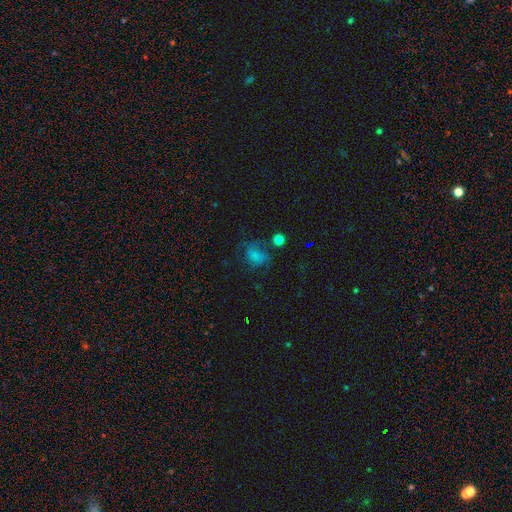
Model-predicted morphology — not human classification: Overall: smooth (48%; featured or disk 37%). Merging: none (43%; major disturbance 30%).